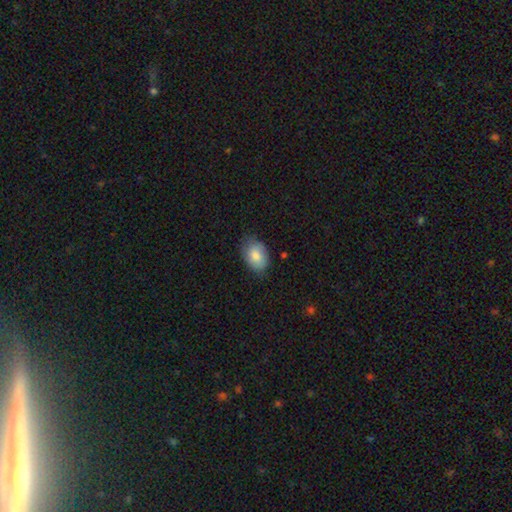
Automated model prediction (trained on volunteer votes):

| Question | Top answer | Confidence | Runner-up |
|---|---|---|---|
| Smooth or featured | smooth | 82% | featured or disk (12%) |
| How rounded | in between | 83% | round (16%) |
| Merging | none | 74% | minor disturbance (21%) |